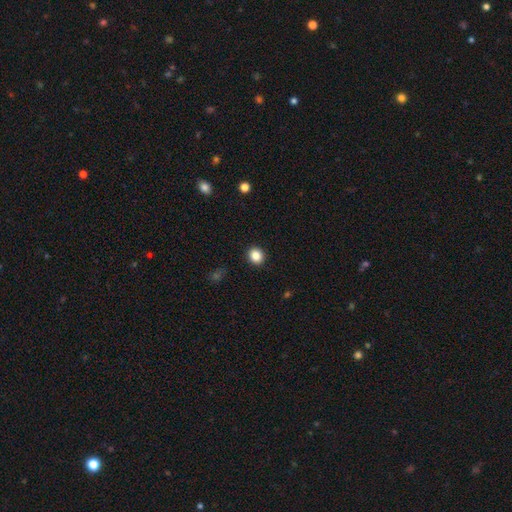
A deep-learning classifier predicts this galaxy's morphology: This appears to be a smooth galaxy with no disk features (86%) that is round (79%). Merging: none (92%).